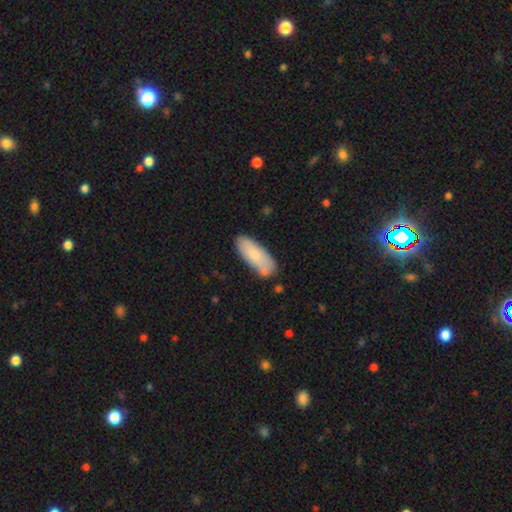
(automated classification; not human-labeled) A smooth galaxy with no disk features (80%) that is in between round and cigar-shaped (76%). Merging: none (70%).